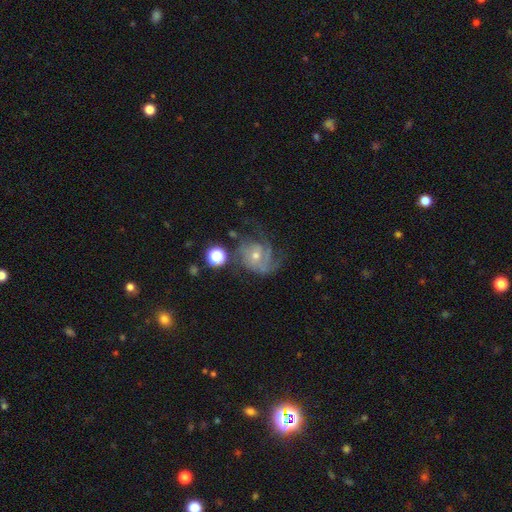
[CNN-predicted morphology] The model was most divided on "spiral winding": tight: 42%, medium: 41%, loose: 17%. Remaining: edge-on disk — no (98%); spiral arms — yes (92%); smooth or featured — featured or disk (78%); bar — no (69%); bulge size — small (54%); merging — none (50%); spiral arm count — can't tell (28%).